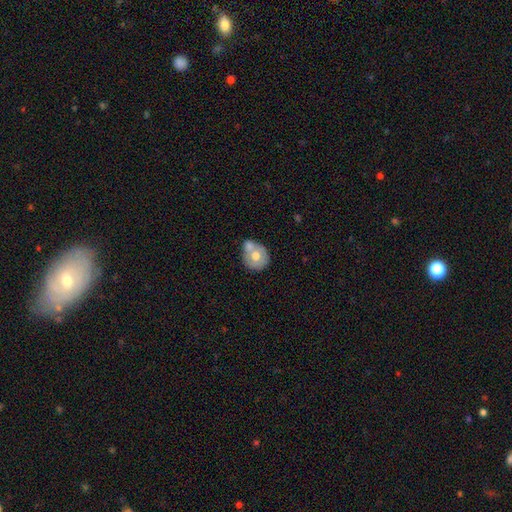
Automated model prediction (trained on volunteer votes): Smooth or featured? smooth (61%)
How rounded? round (78%)
Merging? merger (42%)